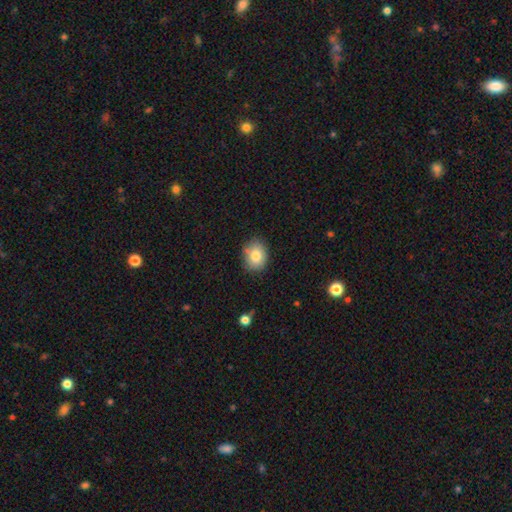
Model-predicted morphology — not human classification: A smooth galaxy with no disk features (82%) that is in between round and cigar-shaped (50%).

Vote fractions:
- Smooth or featured? smooth: 82% / featured or disk: 9% / star or artifact: 9%
- How rounded? in between: 50% / round: 49% / cigar-shaped: 1%
- Merging? none: 80% / minor disturbance: 15% / major disturbance: 3% / merger: 2%